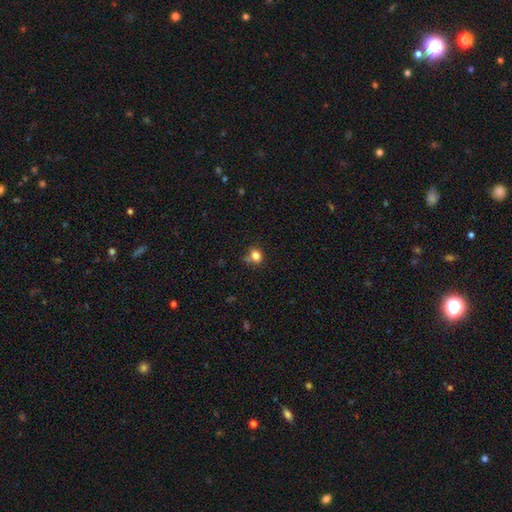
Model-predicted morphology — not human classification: A smooth galaxy with no disk features (80%) that is round (64%). Merging: none (65%).